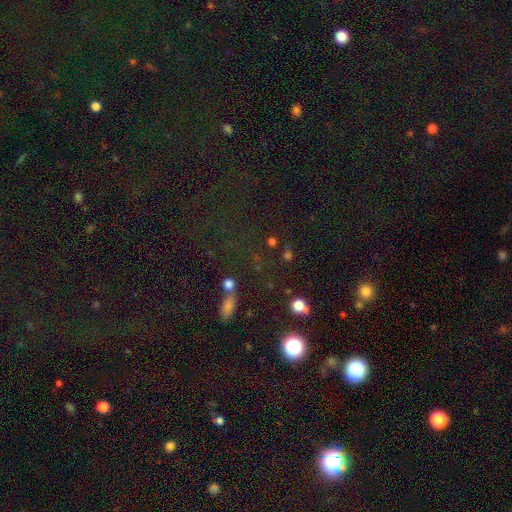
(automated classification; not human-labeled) smooth-or-featured: star or artifact: 65% | smooth: 25% | featured or disk: 10%